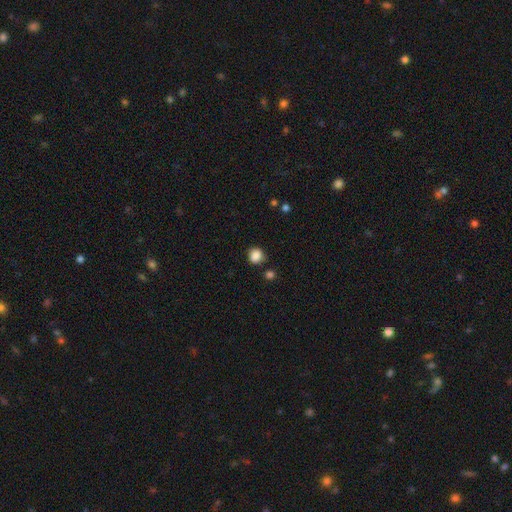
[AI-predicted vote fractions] This appears to be a smooth galaxy with no disk features (86%) that is round (80%). Merging: none (77%).